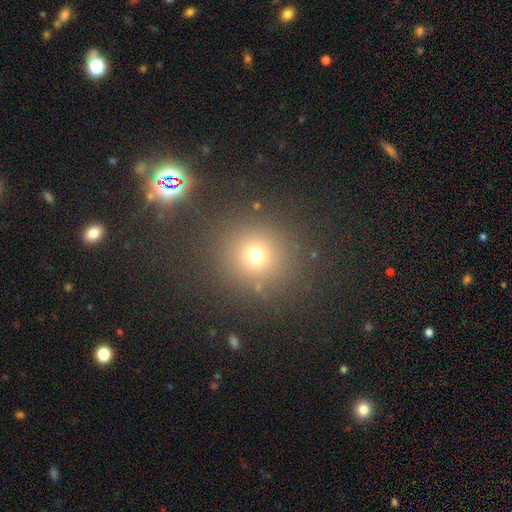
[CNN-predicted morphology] Smooth or featured? Predicted: smooth (p=0.71). How rounded? Predicted: round (p=0.89). Merging? Predicted: none (p=0.83).